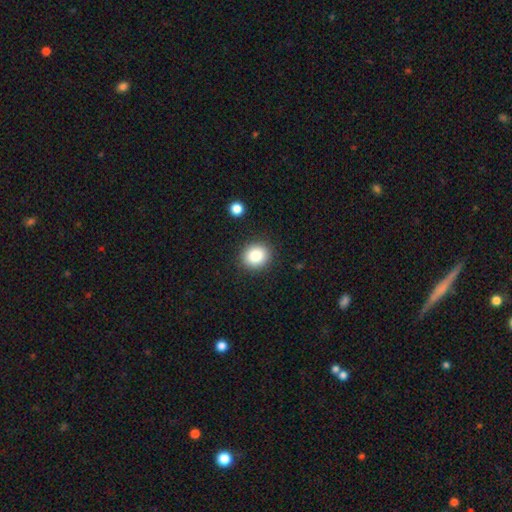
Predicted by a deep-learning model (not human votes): This is clearly a smooth galaxy (84%). How rounded: likely round (77%). Merging: clearly none (89%).